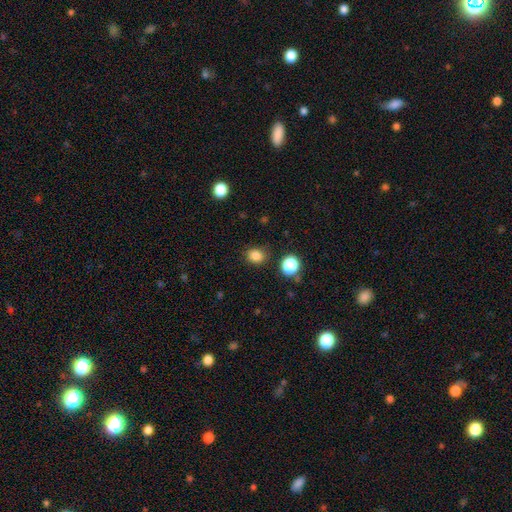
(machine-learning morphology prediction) smooth-or-featured: smooth: 83% | star or artifact: 13% | featured or disk: 4%
  how-rounded: round: 71% | in between: 28% | cigar-shaped: 1%
  merging: none: 84% | minor disturbance: 10% | major disturbance: 3% | merger: 3%